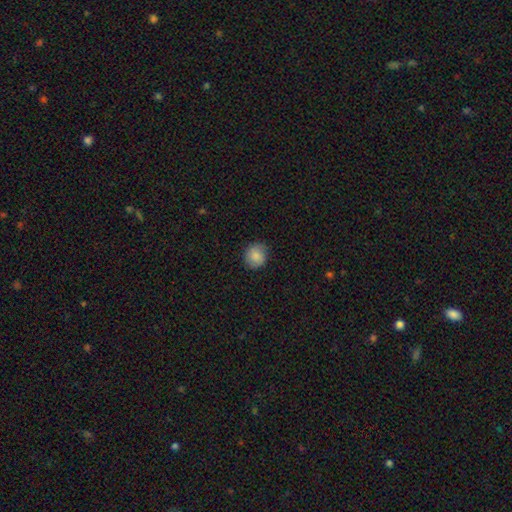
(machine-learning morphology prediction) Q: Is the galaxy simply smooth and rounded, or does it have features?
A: smooth — 85%.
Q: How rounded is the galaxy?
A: round — 85%.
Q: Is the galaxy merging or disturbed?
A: none — 82%.